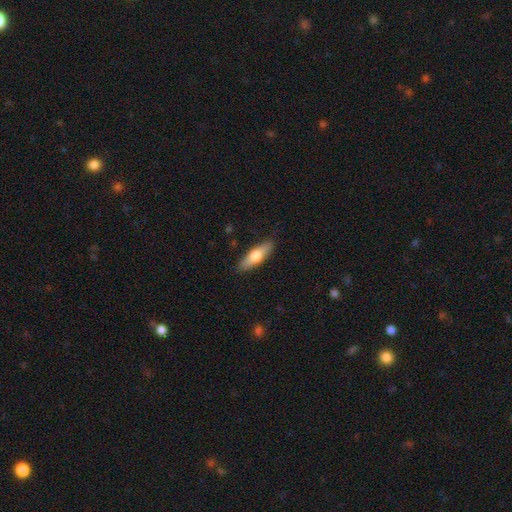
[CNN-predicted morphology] Smooth or featured? smooth (60%)
How rounded? cigar-shaped (56%)
Merging? none (88%)